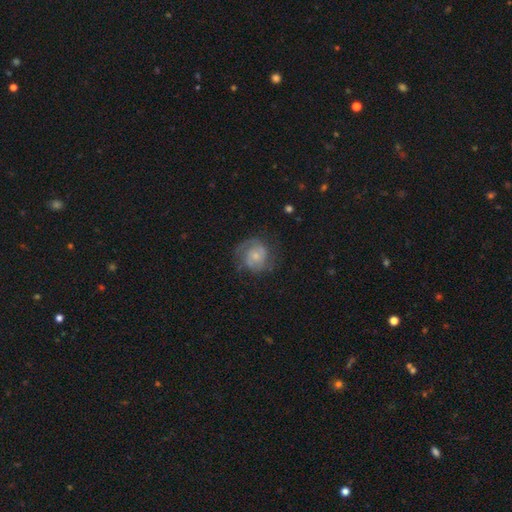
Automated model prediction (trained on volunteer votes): Smooth or featured? featured or disk (67%)
Edge-on disk? no (98%)
Bar? no (71%)
Spiral arms? yes (88%)
Spiral winding? tight (41%, tied with medium)
Spiral arm count? 2 (54%)
Bulge size? small (57%)
Merging? none (62%)